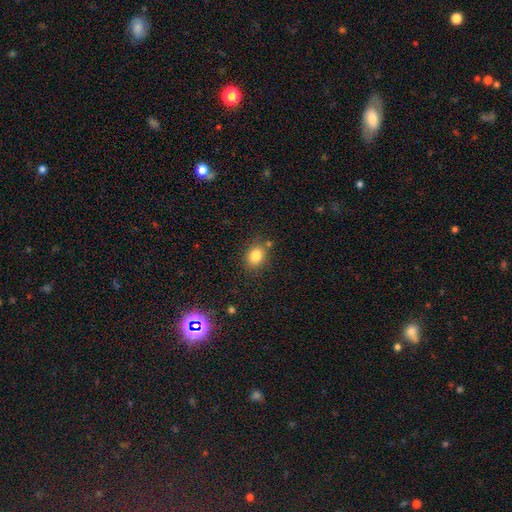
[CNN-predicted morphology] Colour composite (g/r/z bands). It shows a smooth galaxy with no disk features (83%) that is in between round and cigar-shaped (55%). Merging: none (78%).